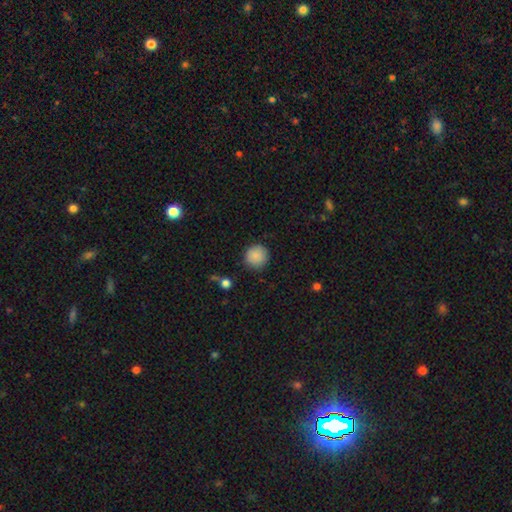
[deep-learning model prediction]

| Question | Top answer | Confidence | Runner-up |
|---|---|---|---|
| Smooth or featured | smooth | 88% | star or artifact (8%) |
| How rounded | round | 94% | in between (5%) |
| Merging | none | 89% | minor disturbance (8%) |